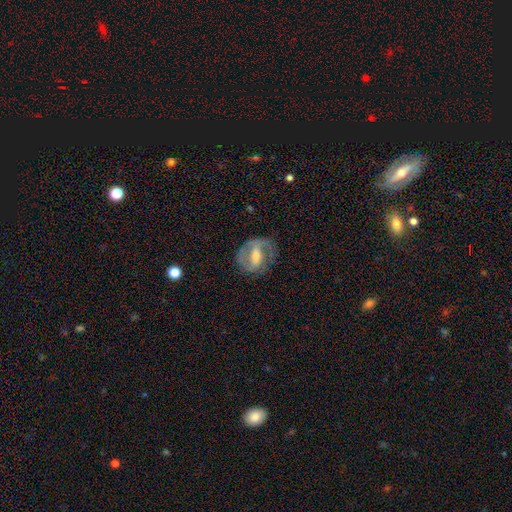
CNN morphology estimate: The model was most divided on "bar": strong: 44%, weak: 40%, no: 16%. Remaining: edge-on disk — no (95%); spiral arms — yes (77%); smooth or featured — featured or disk (72%); spiral arm count — 2 (70%); merging — none (67%); bulge size — moderate (53%); spiral winding — medium (45%).